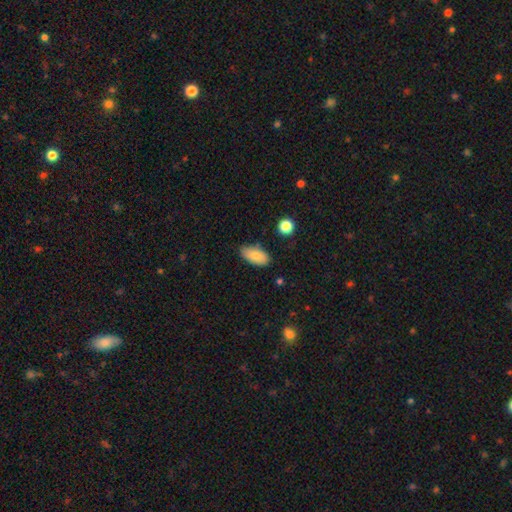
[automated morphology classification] The model was most divided on "merging": none: 80%, minor disturbance: 15%, major disturbance: 3%, merger: 2%. More confident: how rounded — in between (92%); smooth or featured — smooth (83%).